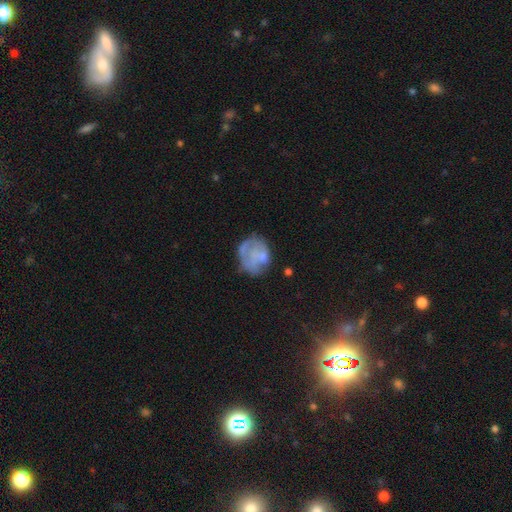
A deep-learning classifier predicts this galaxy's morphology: smooth_or_featured: smooth (p=0.46) [alt: featured or disk p=0.45]
merging: none (p=0.46) [alt: minor disturbance p=0.26]